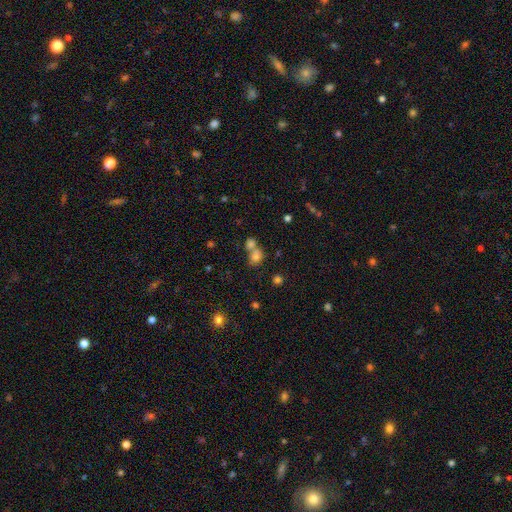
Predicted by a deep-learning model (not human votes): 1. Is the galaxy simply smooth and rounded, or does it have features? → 74% smooth, 15% star or artifact, 11% featured or disk.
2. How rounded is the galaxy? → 58% round, 40% in between, 1% cigar-shaped.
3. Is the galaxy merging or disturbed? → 52% merger, 36% none, 8% minor disturbance, 4% major disturbance.